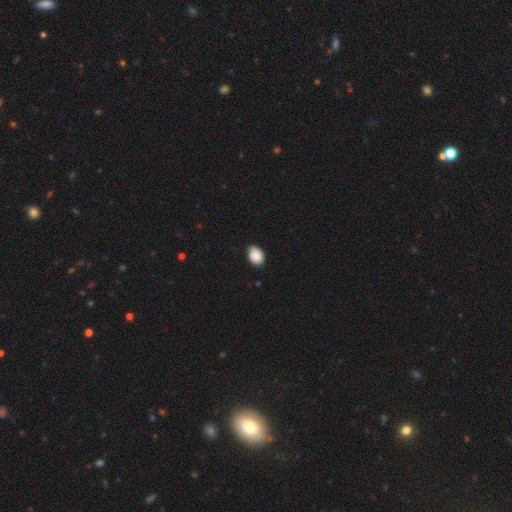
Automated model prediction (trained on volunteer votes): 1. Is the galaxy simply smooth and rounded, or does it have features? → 86% smooth, 8% star or artifact, 6% featured or disk.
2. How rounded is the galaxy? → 71% in between, 28% round, 1% cigar-shaped.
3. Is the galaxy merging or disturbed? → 70% none, 26% minor disturbance, 3% major disturbance, 1% merger.